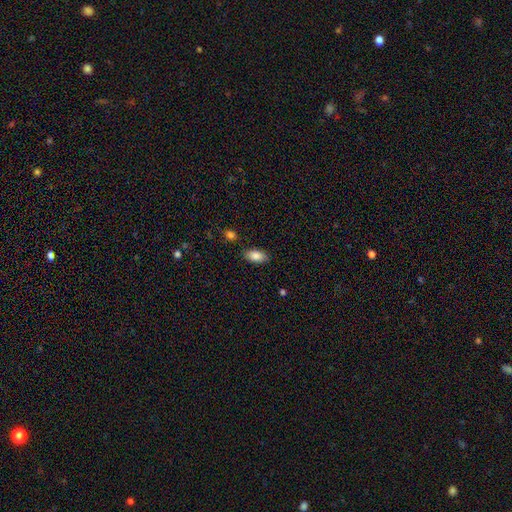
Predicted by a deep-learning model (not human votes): Smooth or featured? smooth (86%)
How rounded? in between (92%)
Merging? none (85%)